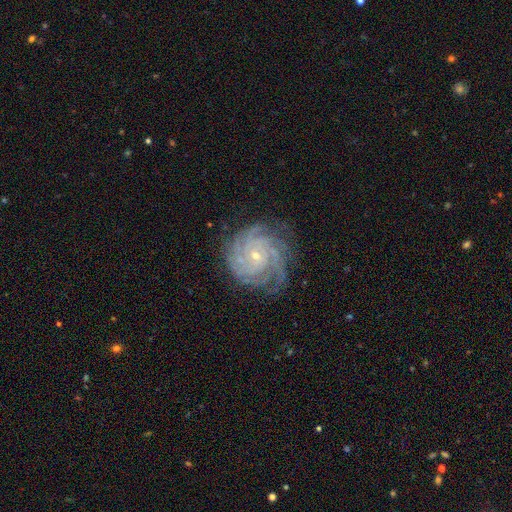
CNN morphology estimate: Overall: featured or disk (88%). Edge-on disk: no (98%). Bar: no (74%). Spiral arms: yes (98%). Spiral arm count: 4 (32%; more than 4 26%). Spiral winding: tight (80%). Bulge size: small (80%). Merging: none (80%).